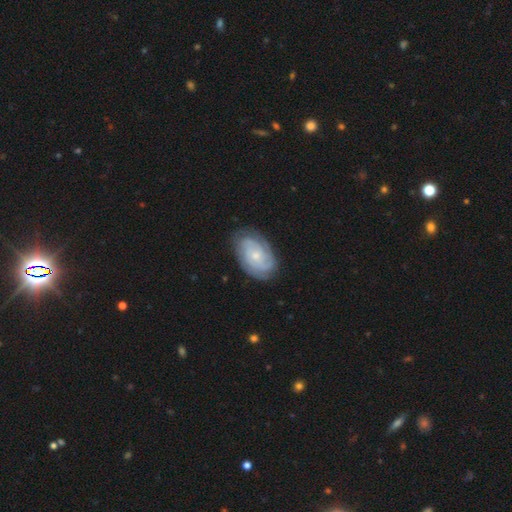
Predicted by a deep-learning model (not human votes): smooth-or-featured: featured or disk: 79% | smooth: 16% | star or artifact: 5%
  disk-edge-on: no: 97% | yes: 3%
    bar: no: 73% | weak: 23% | strong: 4%
    has-spiral-arms: yes: 95% | no: 5%
      spiral-winding: tight: 71% | medium: 23% | loose: 5%
      spiral-arm-count: 2: 31% | can't tell: 30% | 3: 22% | 4: 8% | 1: 5% | more than 4: 5%
    bulge-size: small: 66% | moderate: 29% | none: 3% | large: 1% | dominant: 1%
  merging: none: 79% | minor disturbance: 16% | major disturbance: 4% | merger: 1%